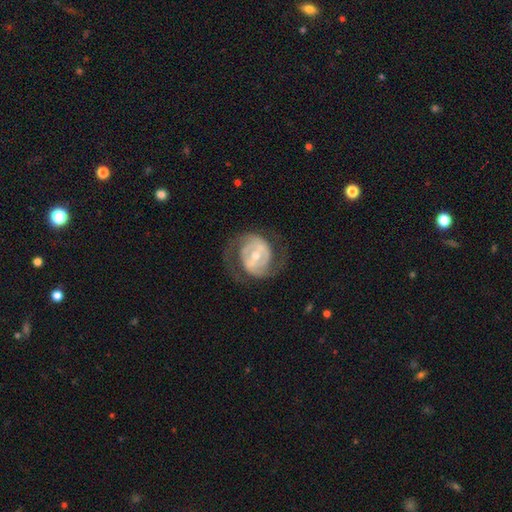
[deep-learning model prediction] Morphology: type=featured or disk (85%); edge-on=no (97%); bar=weak (43%); spiral arms=yes (90%); winding=medium (46%); arm count=2 (83%); bulge=moderate (55%); merging=none (70%).